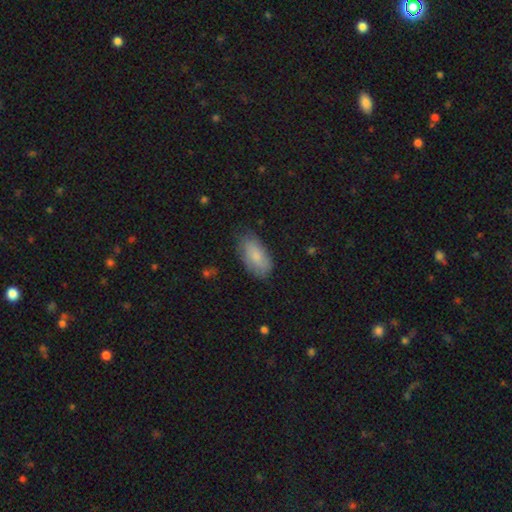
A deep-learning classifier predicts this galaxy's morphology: Smooth or featured: smooth — 81% (featured or disk — 13%)
How rounded: in between — 93% (cigar-shaped — 4%)
Merging: none — 76% (minor disturbance — 19%)